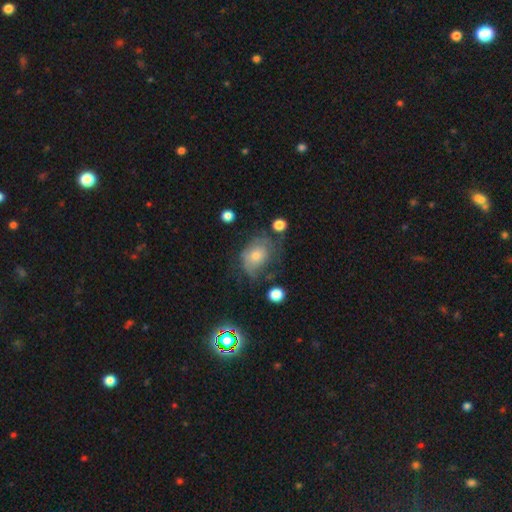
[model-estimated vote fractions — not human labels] The model was most divided on "smooth or featured": featured or disk: 44%, smooth: 39%, star or artifact: 16%. Remaining: merging — none (44%).